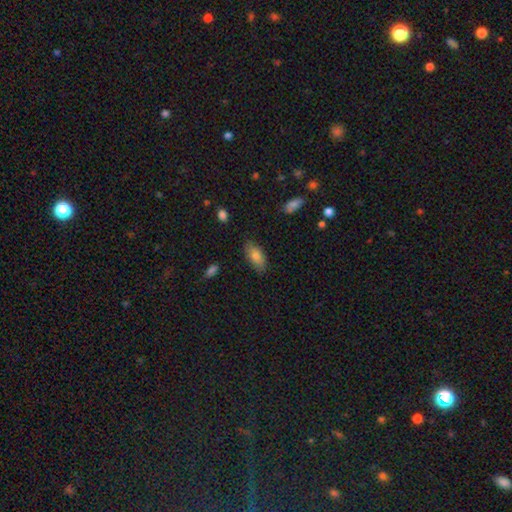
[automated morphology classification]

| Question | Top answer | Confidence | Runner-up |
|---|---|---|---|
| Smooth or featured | smooth | 80% | featured or disk (13%) |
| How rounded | in between | 89% | cigar-shaped (8%) |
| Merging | none | 80% | minor disturbance (16%) |